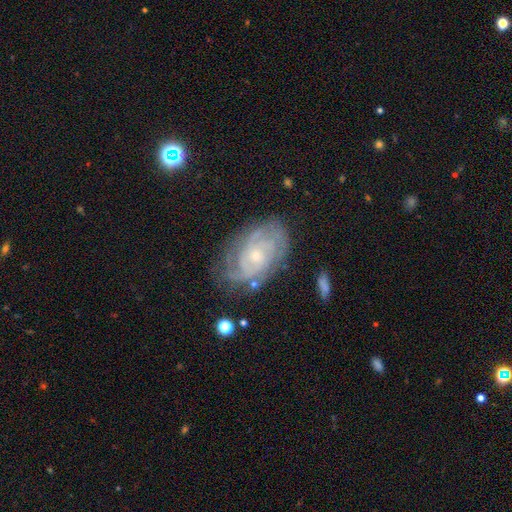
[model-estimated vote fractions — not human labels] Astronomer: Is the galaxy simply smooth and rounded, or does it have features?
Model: featured or disk — 86%.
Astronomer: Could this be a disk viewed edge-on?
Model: no — 96%.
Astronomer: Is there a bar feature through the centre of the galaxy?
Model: no — 72%.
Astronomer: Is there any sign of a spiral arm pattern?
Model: yes — 96%.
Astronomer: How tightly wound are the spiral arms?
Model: tight — 71%.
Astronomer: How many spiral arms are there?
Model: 2 — 29%, tied with can't tell at 29%.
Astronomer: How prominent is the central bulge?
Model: small — 70%.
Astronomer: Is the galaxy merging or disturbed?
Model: none — 74%.